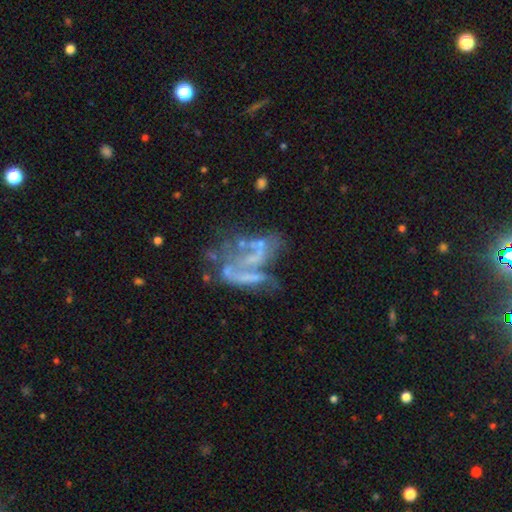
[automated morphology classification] featured or disk 70%, smooth 17%, star or artifact 13%. Down the decision tree: edge-on disk — no (97%); bar — no (69%); spiral arms — no (68%); bulge size — none (68%); merging — major disturbance (38%).